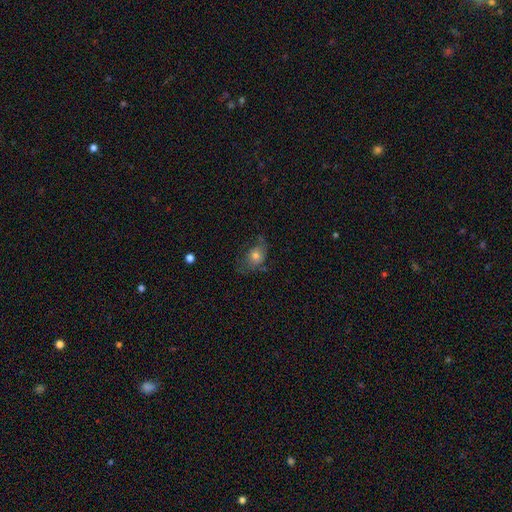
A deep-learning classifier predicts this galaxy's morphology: type=smooth (65%); roundness=in between (58%); merging=none (42%).